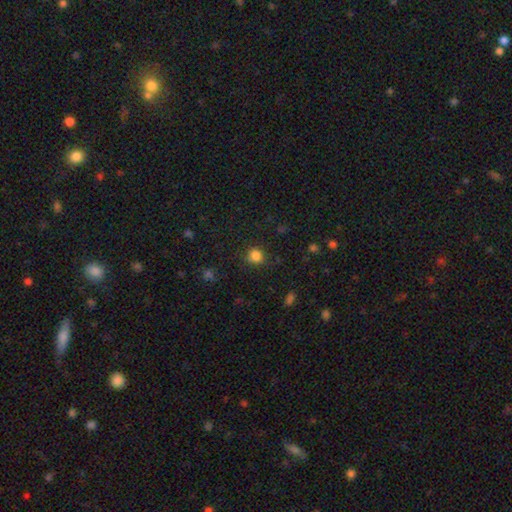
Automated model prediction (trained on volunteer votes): smooth-or-featured: smooth: 83% | star or artifact: 13% | featured or disk: 4%
  how-rounded: round: 86% | in between: 13% | cigar-shaped: 1%
  merging: none: 82% | minor disturbance: 12% | major disturbance: 4% | merger: 2%